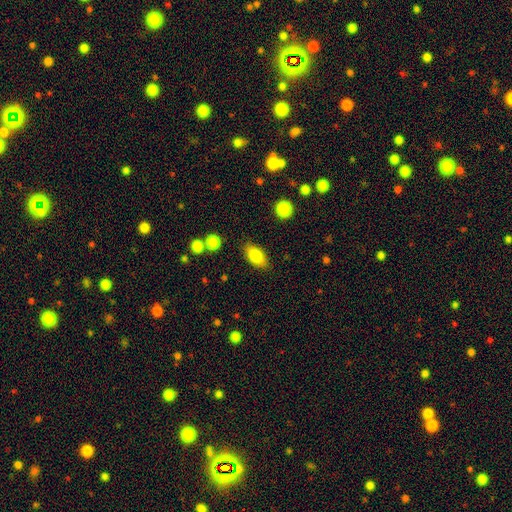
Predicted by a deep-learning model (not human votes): smooth_or_featured: smooth (p=0.80) [alt: featured or disk p=0.12]
how_rounded: in between (p=0.88) [alt: round p=0.06]
merging: none (p=0.84) [alt: minor disturbance p=0.11]